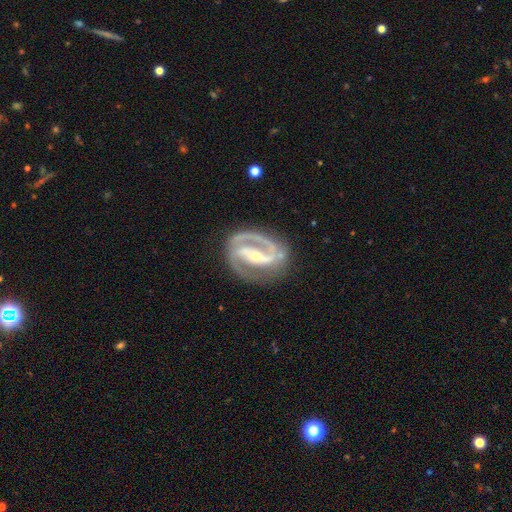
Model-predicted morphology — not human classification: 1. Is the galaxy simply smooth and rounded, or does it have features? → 91% featured or disk, 4% star or artifact, 4% smooth.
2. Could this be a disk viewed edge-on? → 97% no, 3% yes.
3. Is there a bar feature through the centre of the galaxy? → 67% strong, 22% weak, 11% no.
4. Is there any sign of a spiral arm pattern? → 97% yes, 3% no.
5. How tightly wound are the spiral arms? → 48% medium, 43% tight, 9% loose.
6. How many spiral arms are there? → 88% 2, 5% 1, 3% can't tell, 2% 3, 1% 4, 1% more than 4.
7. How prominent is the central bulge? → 60% small, 35% moderate, 2% large, 1% none, 1% dominant.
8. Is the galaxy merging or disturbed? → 78% none, 14% minor disturbance, 6% major disturbance, 2% merger.